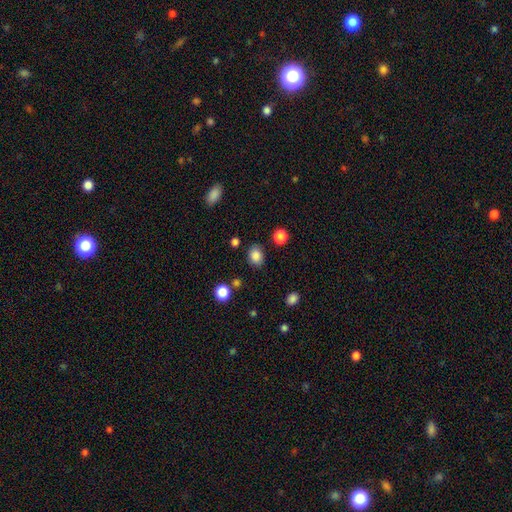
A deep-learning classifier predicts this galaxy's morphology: smooth_or_featured: smooth (p=0.85) [alt: star or artifact p=0.11]
how_rounded: round (p=0.52) [alt: in between p=0.47]
merging: none (p=0.82) [alt: minor disturbance p=0.12]